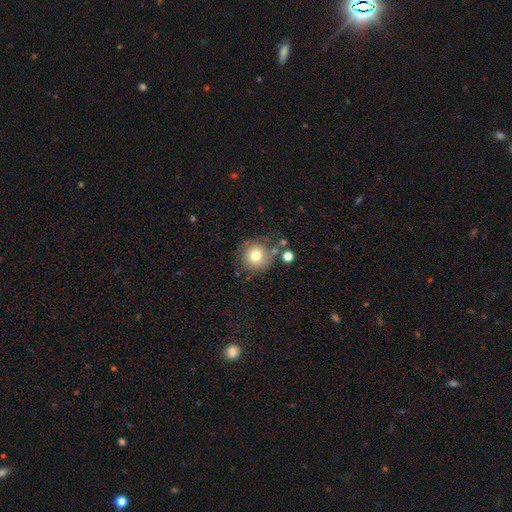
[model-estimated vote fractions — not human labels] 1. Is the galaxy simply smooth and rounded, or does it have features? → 74% smooth, 15% featured or disk, 11% star or artifact.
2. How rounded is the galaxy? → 91% round, 9% in between, 1% cigar-shaped.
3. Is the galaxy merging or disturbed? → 70% none, 16% minor disturbance, 8% merger, 7% major disturbance.